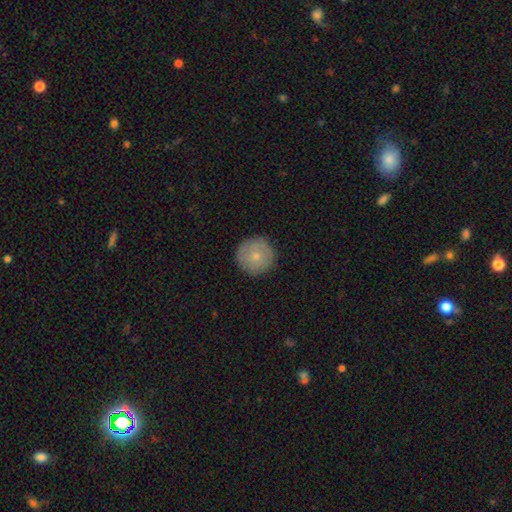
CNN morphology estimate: smooth 73%, featured or disk 20%, star or artifact 7%. Down the decision tree: how rounded — round (96%); merging — none (89%).